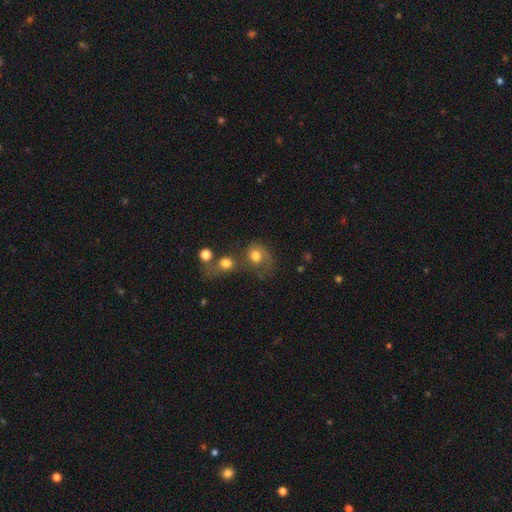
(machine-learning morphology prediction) smooth-or-featured: smooth: 70% | featured or disk: 19% | star or artifact: 11%
  how-rounded: round: 66% | in between: 33% | cigar-shaped: 1%
  merging: merger: 37% | none: 29% | major disturbance: 20% | minor disturbance: 14%